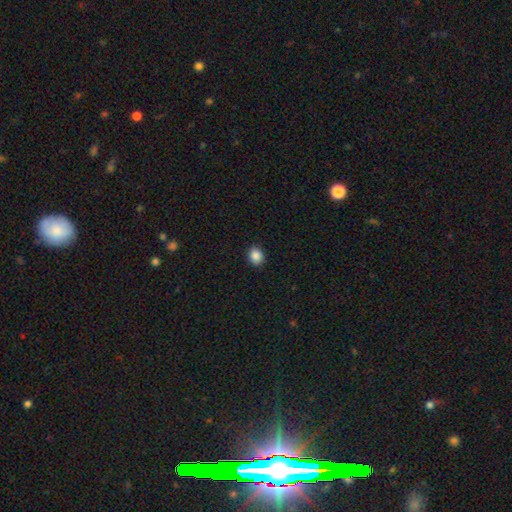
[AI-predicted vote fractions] smooth_or_featured: smooth (p=0.88) [alt: star or artifact p=0.09]
how_rounded: round (p=0.60) [alt: in between p=0.40]
merging: none (p=0.91) [alt: minor disturbance p=0.06]